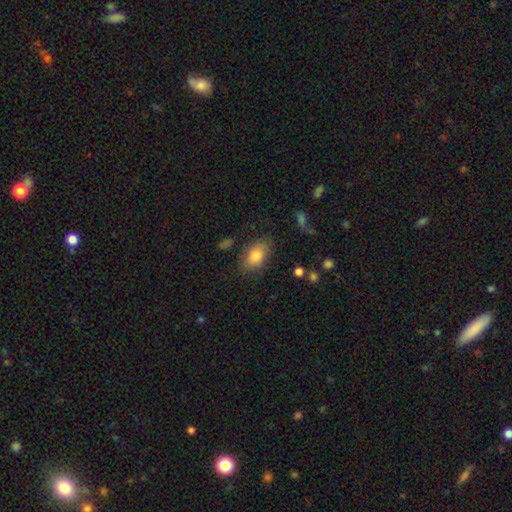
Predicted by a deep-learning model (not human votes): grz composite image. It shows a smooth galaxy with no disk features (81%) that is in between round and cigar-shaped (87%). Merging: none (78%).